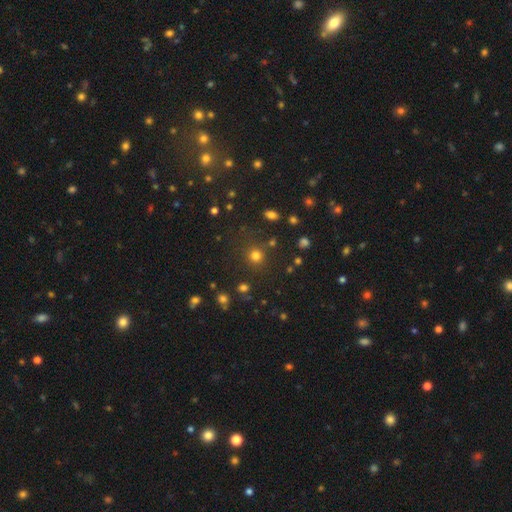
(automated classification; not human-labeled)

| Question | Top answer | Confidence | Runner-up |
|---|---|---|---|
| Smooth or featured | smooth | 75% | star or artifact (19%) |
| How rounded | round | 91% | in between (8%) |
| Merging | none | 81% | minor disturbance (9%) |